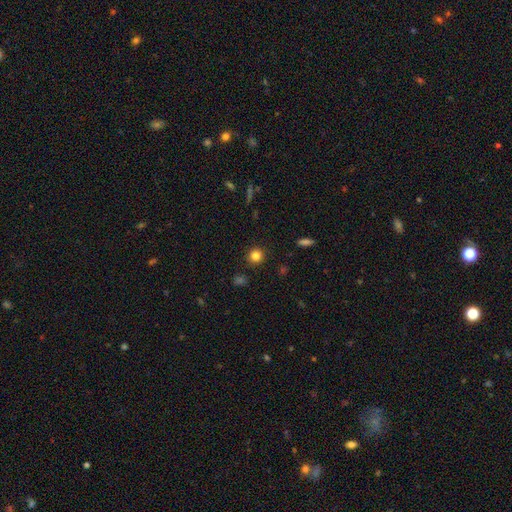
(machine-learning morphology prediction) Q: Smooth or featured?
A: smooth (83%); runner-up: star or artifact (12%)
Q: How rounded?
A: round (92%); runner-up: in between (7%)
Q: Merging?
A: none (91%); runner-up: minor disturbance (6%)